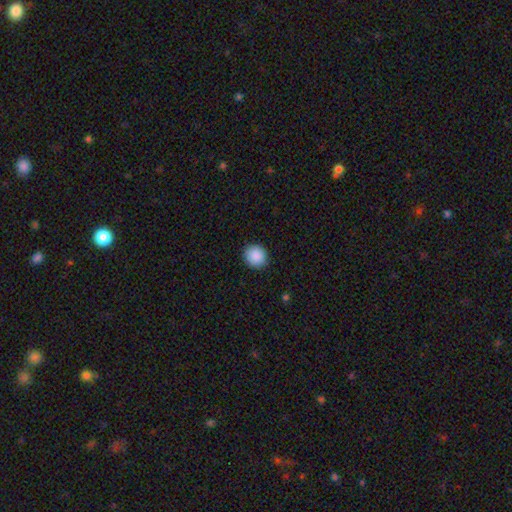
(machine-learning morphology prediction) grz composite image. It shows a smooth galaxy with no disk features (90%) that is round (91%). Merging: none (92%).